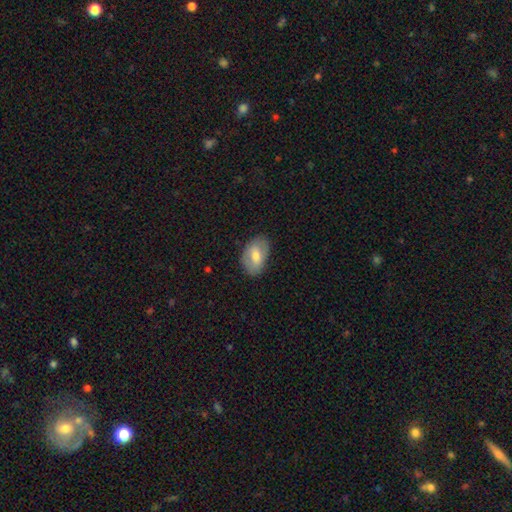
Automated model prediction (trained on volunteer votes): The model was most divided on "smooth or featured": smooth: 64%, featured or disk: 29%, star or artifact: 7%. More confident: how rounded — in between (89%); merging — none (81%).